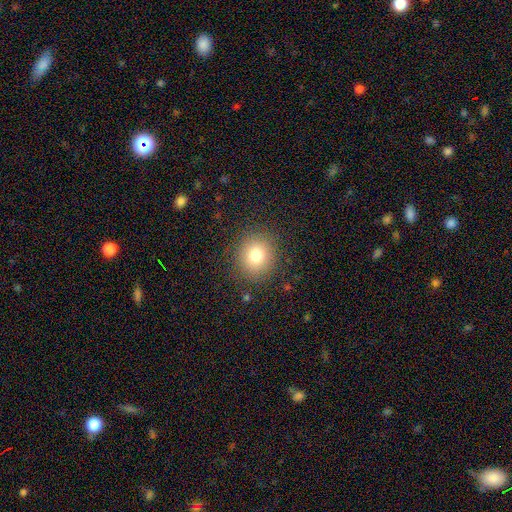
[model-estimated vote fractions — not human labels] This appears to be a smooth galaxy with no disk features (78%) that is round (82%). Merging: none (88%).